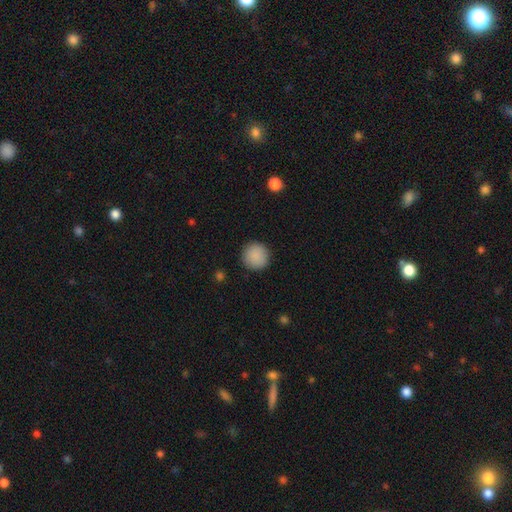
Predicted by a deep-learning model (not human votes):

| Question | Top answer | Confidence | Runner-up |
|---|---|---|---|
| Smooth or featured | smooth | 89% | star or artifact (8%) |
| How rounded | round | 95% | in between (4%) |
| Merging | none | 91% | minor disturbance (6%) |